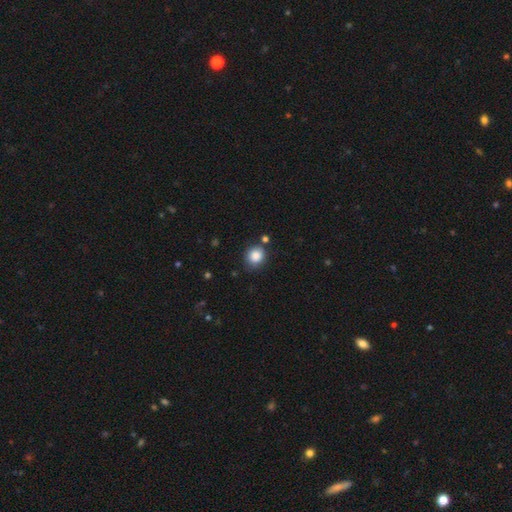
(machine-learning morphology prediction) This appears to be a smooth galaxy with no disk features (86%) that is round (83%). Merging: none (80%).